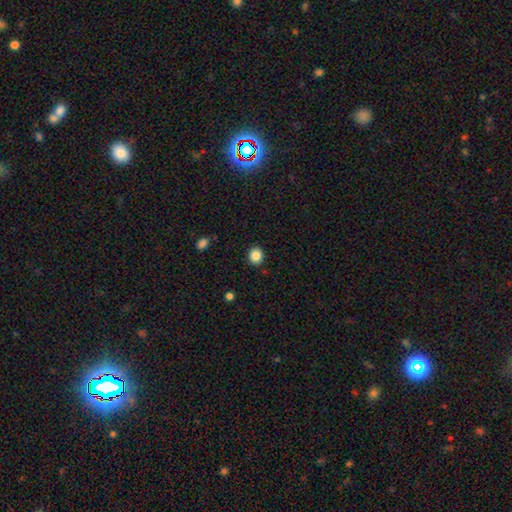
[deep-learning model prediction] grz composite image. It shows a smooth galaxy with no disk features (86%) that is round (74%). Merging: none (89%).